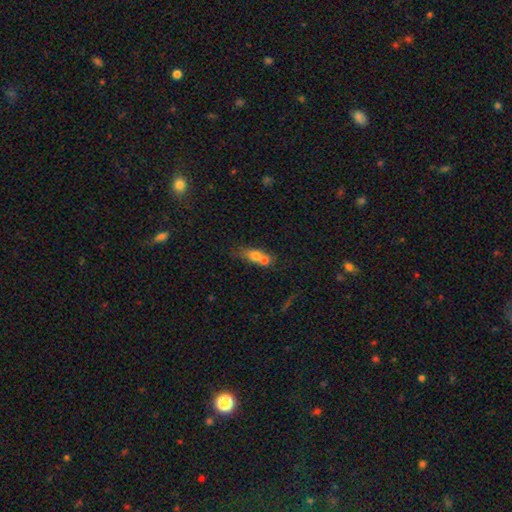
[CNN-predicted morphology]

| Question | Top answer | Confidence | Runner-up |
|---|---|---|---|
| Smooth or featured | smooth | 66% | featured or disk (24%) |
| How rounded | in between | 51% | round (36%) |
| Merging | merger | 64% | none (23%) |